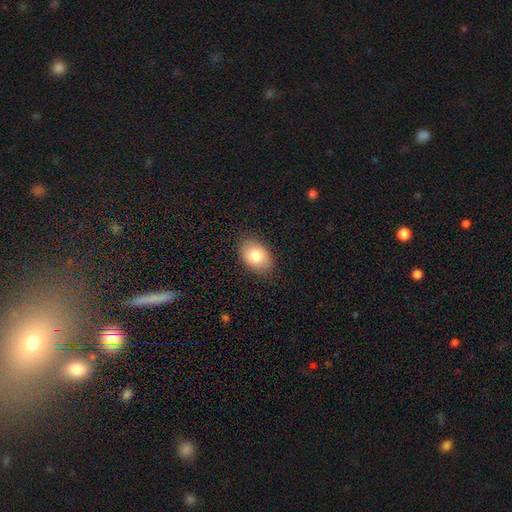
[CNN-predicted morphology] Smooth or featured? Predicted: smooth (p=0.81). How rounded? Predicted: in between (p=0.83). Merging? Predicted: none (p=0.86).